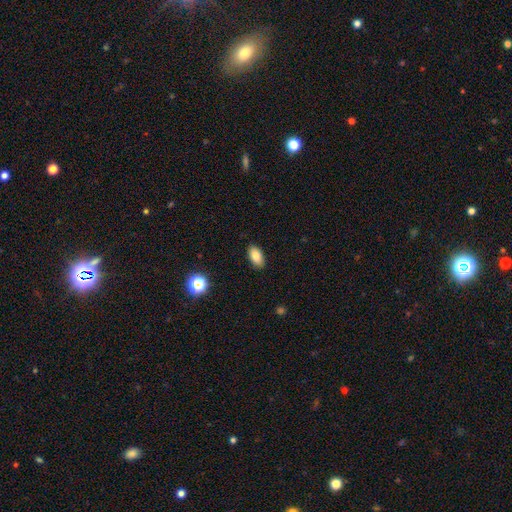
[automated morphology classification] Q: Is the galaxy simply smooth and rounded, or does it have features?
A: smooth — 81%.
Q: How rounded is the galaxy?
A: in between — 92%.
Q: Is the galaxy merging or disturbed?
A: none — 89%.